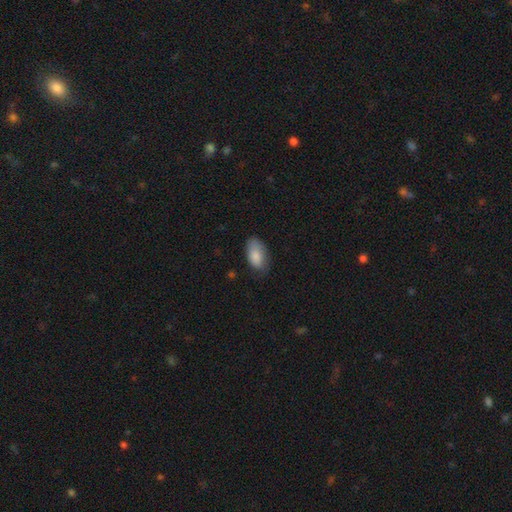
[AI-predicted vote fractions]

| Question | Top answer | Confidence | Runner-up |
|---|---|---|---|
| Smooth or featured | smooth | 86% | featured or disk (8%) |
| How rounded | in between | 94% | round (3%) |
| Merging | none | 63% | minor disturbance (29%) |